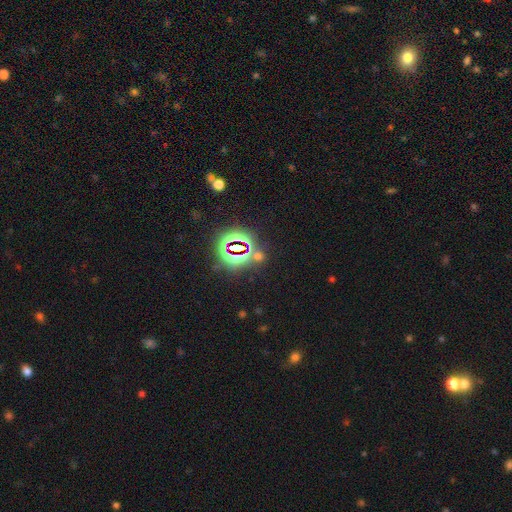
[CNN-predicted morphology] A star or artifact, not a galaxy (76%).